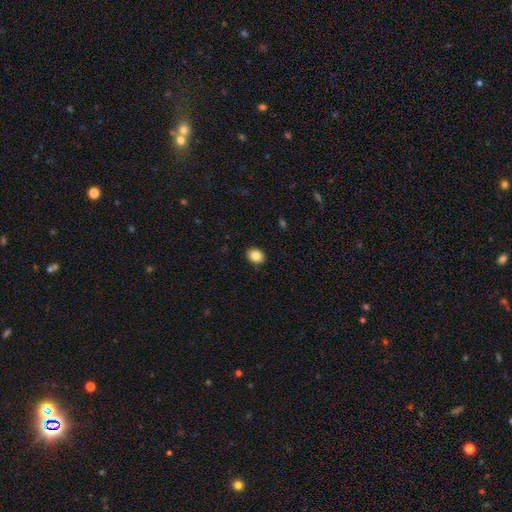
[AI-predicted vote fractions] A smooth galaxy with no disk features (85%) that is in between round and cigar-shaped (59%). Merging: none (90%).